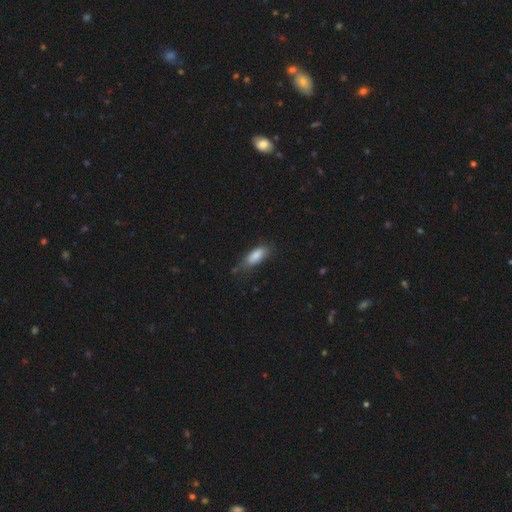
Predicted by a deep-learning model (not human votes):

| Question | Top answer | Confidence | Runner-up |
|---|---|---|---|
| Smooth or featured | smooth | 83% | featured or disk (10%) |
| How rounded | in between | 78% | cigar-shaped (20%) |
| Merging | none | 61% | minor disturbance (29%) |